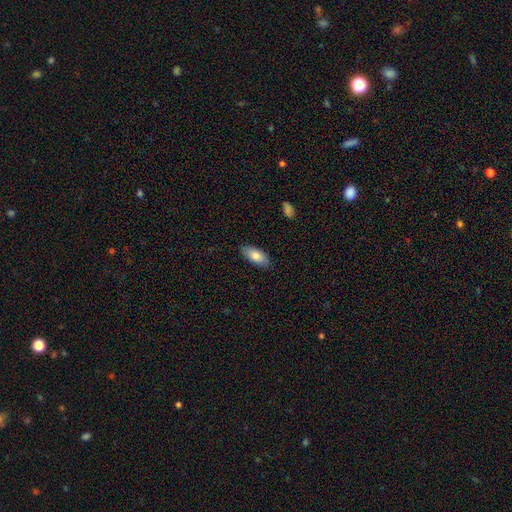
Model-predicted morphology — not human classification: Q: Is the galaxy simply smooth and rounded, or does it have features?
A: smooth — 81%.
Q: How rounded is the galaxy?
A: in between — 88%.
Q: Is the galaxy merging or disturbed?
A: none — 87%.